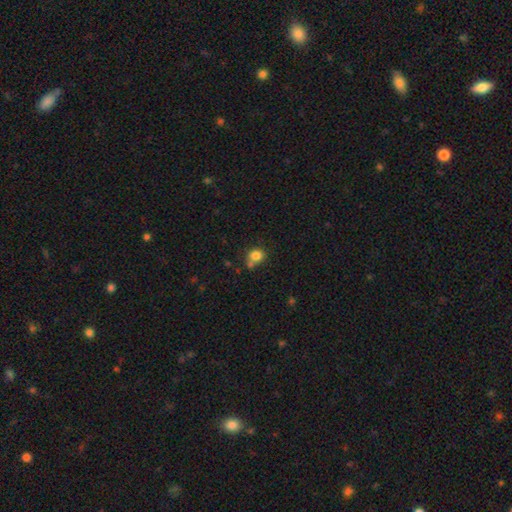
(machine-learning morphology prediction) Smooth or featured? smooth (82%)
How rounded? round (74%)
Merging? none (57%)